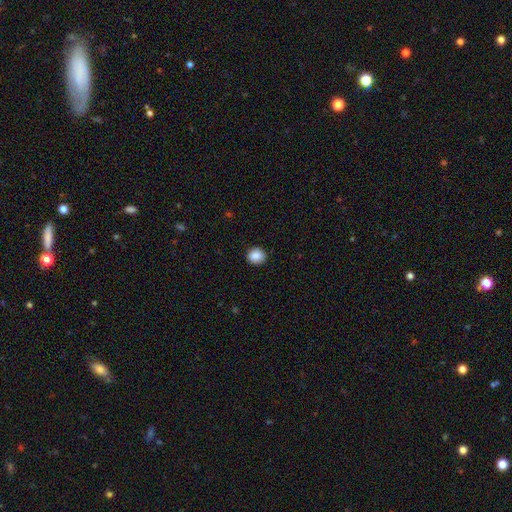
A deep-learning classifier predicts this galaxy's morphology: smooth 88%, star or artifact 9%, featured or disk 3%. Down the decision tree: how rounded — round (77%); merging — none (88%).